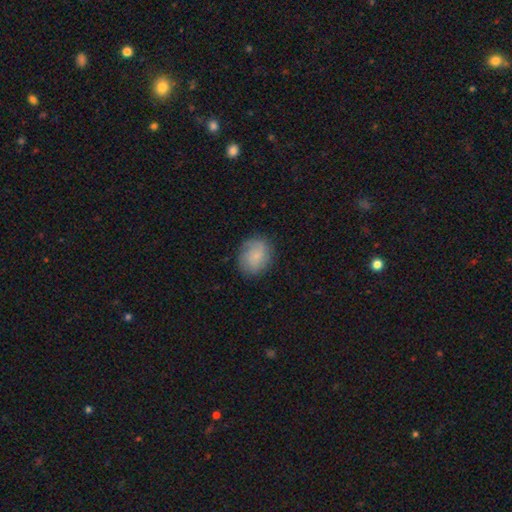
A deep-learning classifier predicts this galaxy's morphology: Q: Smooth or featured?
A: smooth (70%); runner-up: featured or disk (22%)
Q: How rounded?
A: round (58%); runner-up: in between (41%)
Q: Merging?
A: none (79%); runner-up: minor disturbance (15%)